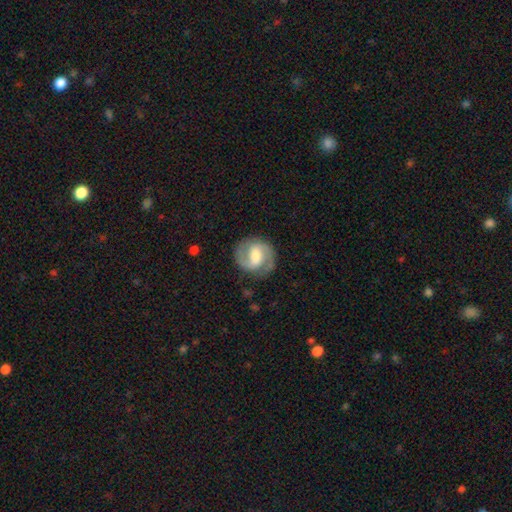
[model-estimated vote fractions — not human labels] The model was most divided on "bar": weak: 51%, strong: 28%, no: 22%. More confident: edge-on disk — no (98%); spiral arms — yes (95%); spiral arm count — 2 (91%); merging — none (82%); smooth or featured — featured or disk (82%); bulge size — moderate (56%); spiral winding — medium (54%).